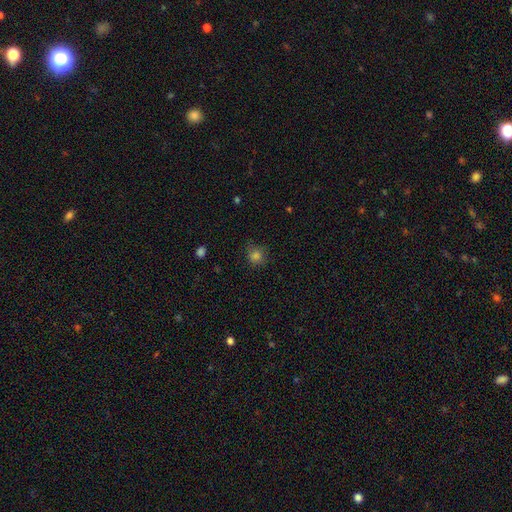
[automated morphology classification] Q: Smooth or featured?
A: smooth (81%); runner-up: star or artifact (14%)
Q: How rounded?
A: round (85%); runner-up: in between (14%)
Q: Merging?
A: none (74%); runner-up: minor disturbance (20%)